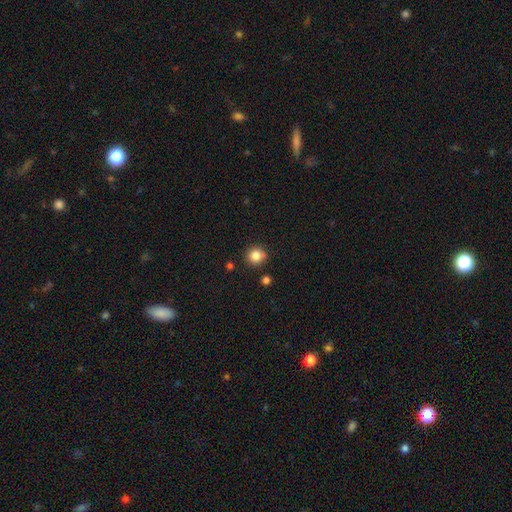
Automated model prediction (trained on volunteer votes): Q: Smooth or featured?
A: smooth (84%); runner-up: star or artifact (11%)
Q: How rounded?
A: round (89%); runner-up: in between (10%)
Q: Merging?
A: none (83%); runner-up: minor disturbance (11%)